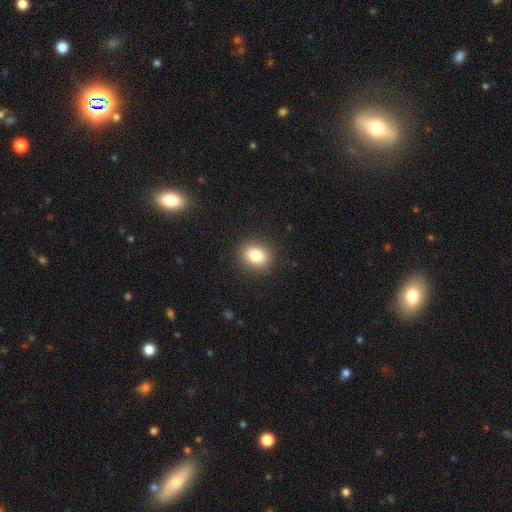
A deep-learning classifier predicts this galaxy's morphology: The model was most divided on "how rounded": round: 62%, in between: 37%, cigar-shaped: 1%. More confident: merging — none (90%); smooth or featured — smooth (83%).